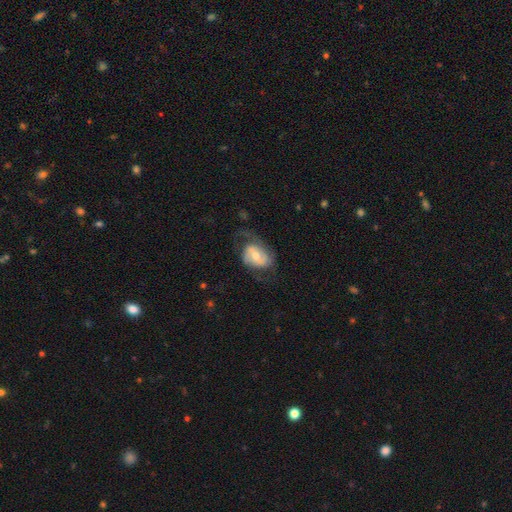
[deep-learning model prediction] Smooth or featured? Predicted: featured or disk (p=0.66). Edge-on disk? Predicted: no (p=0.96). Bar? Predicted: weak (p=0.46). Spiral arms? Predicted: yes (p=0.83). Spiral winding? Predicted: medium (p=0.42). Spiral arm count? Predicted: 2 (p=0.68). Bulge size? Predicted: moderate (p=0.65). Merging? Predicted: none (p=0.48).